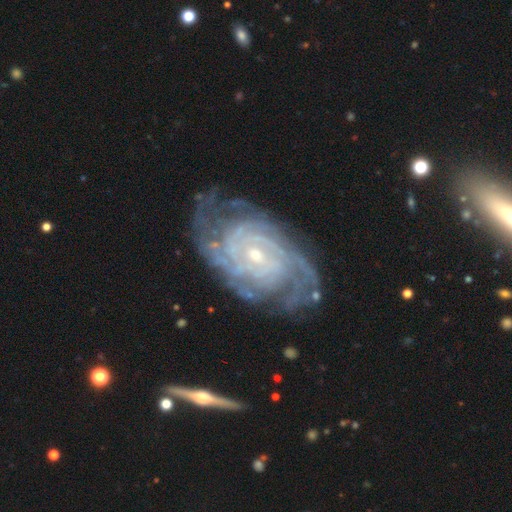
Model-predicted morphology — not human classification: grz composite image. It shows a featured or disk galaxy (92%) with no bar (63%), 4 (24%) tight (78%) spiral arms (98%) and a small central bulge (71%). Merging: none (70%).